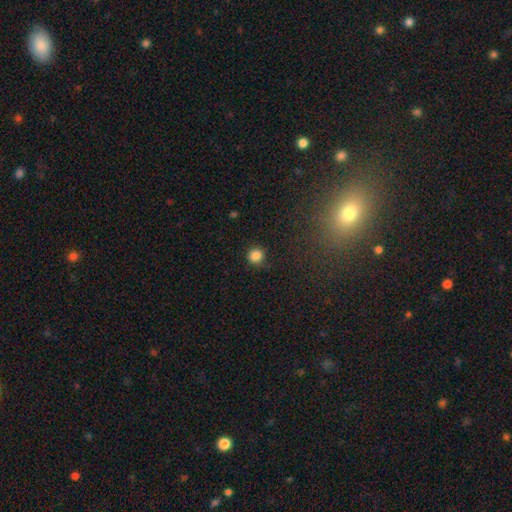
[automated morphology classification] This appears to be a smooth galaxy with no disk features (84%) that is round (91%). Merging: none (86%).